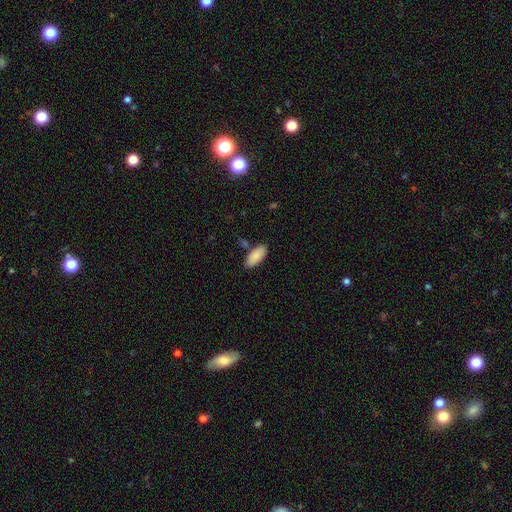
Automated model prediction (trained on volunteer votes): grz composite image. It shows a smooth galaxy with no disk features (89%) that is in between round and cigar-shaped (87%). Merging: none (80%).